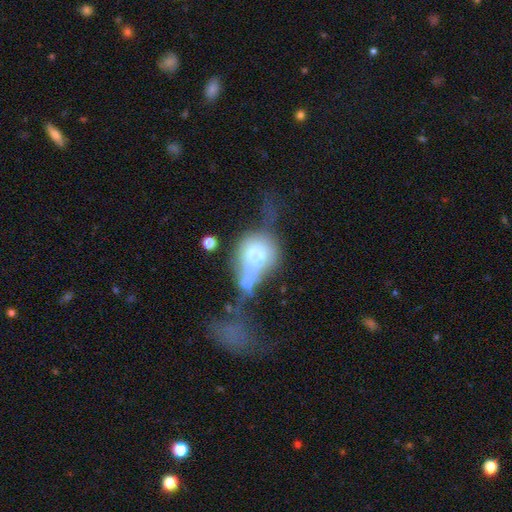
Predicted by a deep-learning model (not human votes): Smooth or featured?
  - smooth: 47% *
  - featured or disk: 41%
  - star or artifact: 11%
Merging?
  - major disturbance: 37% *
  - merger: 36%
  - none: 15%
  - minor disturbance: 13%